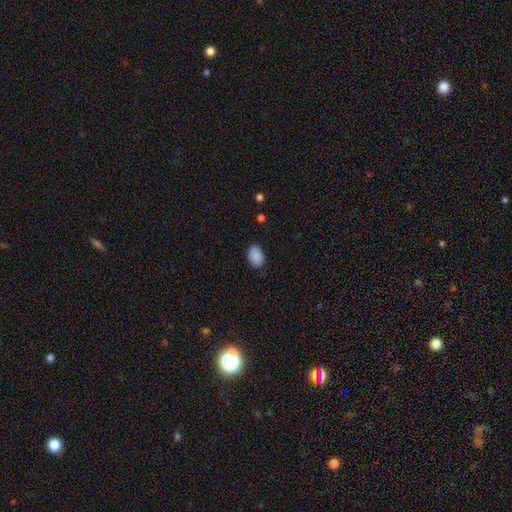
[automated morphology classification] Smooth or featured: smooth — 90% (star or artifact — 7%)
How rounded: in between — 84% (round — 15%)
Merging: none — 86% (minor disturbance — 10%)